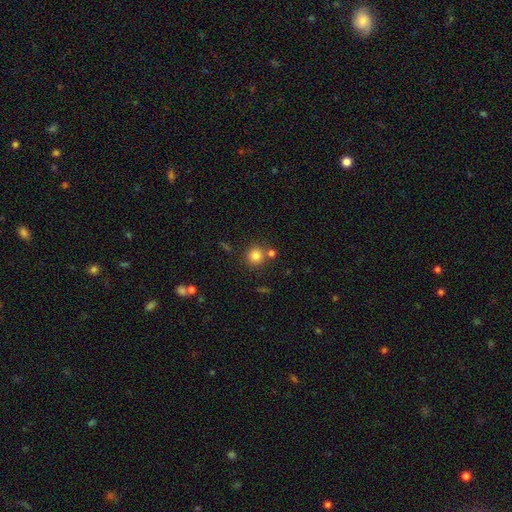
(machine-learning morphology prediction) This is clearly a smooth galaxy (82%). How rounded: clearly round (91%). Merging: likely none (75%).